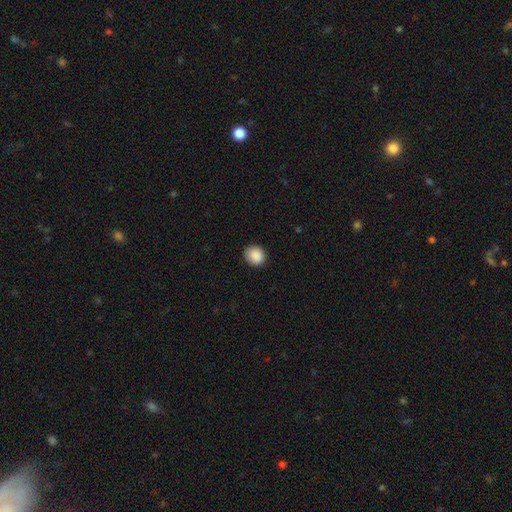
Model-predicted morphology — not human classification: This appears to be a smooth galaxy with no disk features (89%) that is round (77%). Merging: none (86%).